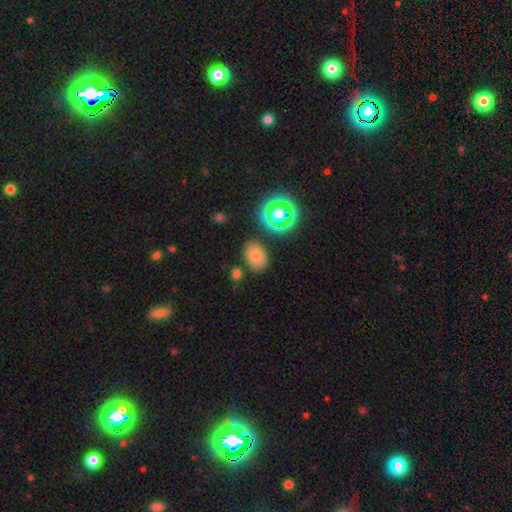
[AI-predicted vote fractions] Q: Smooth or featured?
A: smooth (72%); runner-up: star or artifact (18%)
Q: How rounded?
A: in between (74%); runner-up: round (25%)
Q: Merging?
A: none (79%); runner-up: minor disturbance (12%)